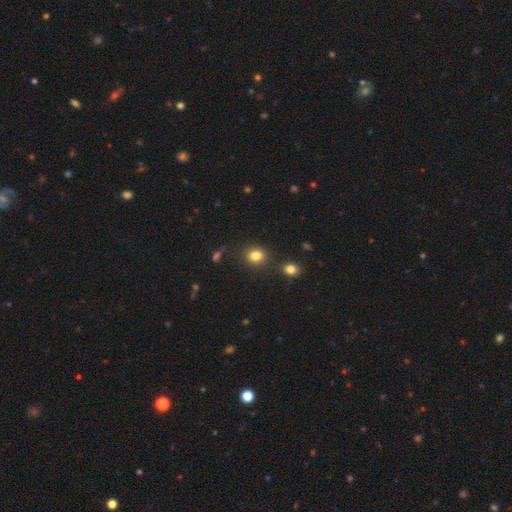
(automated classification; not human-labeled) The model was most divided on "how rounded": round: 69%, in between: 30%, cigar-shaped: 1%. More confident: smooth or featured — smooth (82%); merging — none (81%).